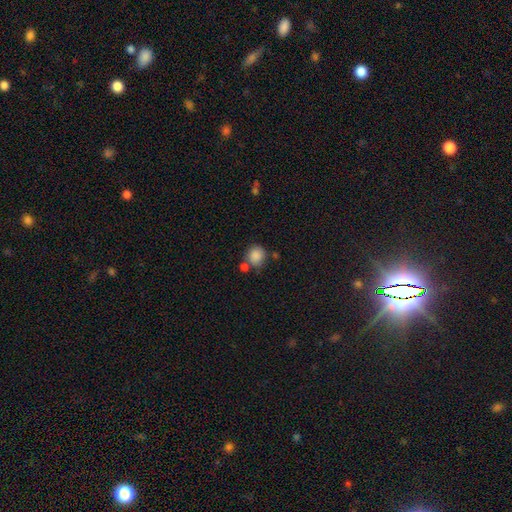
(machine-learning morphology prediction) smooth-or-featured: smooth: 86% | star or artifact: 9% | featured or disk: 5%
  how-rounded: round: 85% | in between: 14% | cigar-shaped: 1%
  merging: none: 64% | merger: 18% | minor disturbance: 13% | major disturbance: 4%